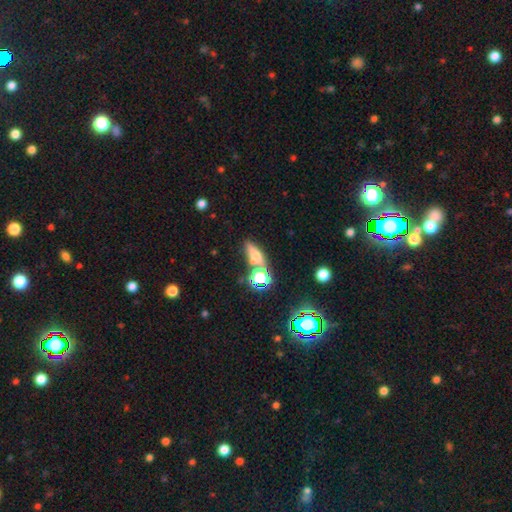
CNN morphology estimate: A smooth galaxy with no disk features (51%) that is cigar-shaped (42%).

Vote fractions:
- Smooth or featured? smooth: 51% / star or artifact: 25% / featured or disk: 24%
- How rounded? cigar-shaped: 42% / in between: 40% / round: 18%
- Merging? none: 56% / merger: 25% / minor disturbance: 12% / major disturbance: 6%